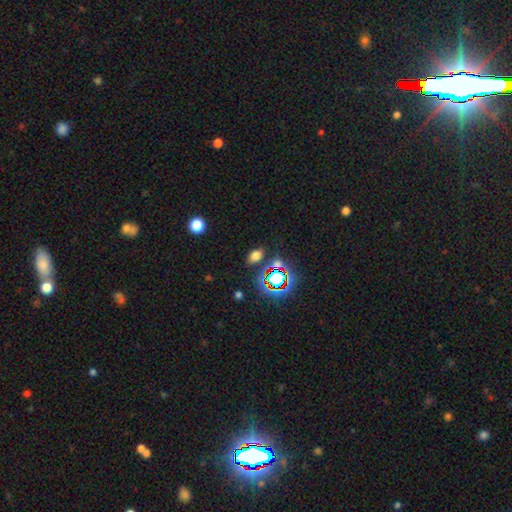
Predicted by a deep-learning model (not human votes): Smooth or featured: smooth — 65% (star or artifact — 25%)
How rounded: in between — 82% (round — 14%)
Merging: none — 79% (minor disturbance — 11%)